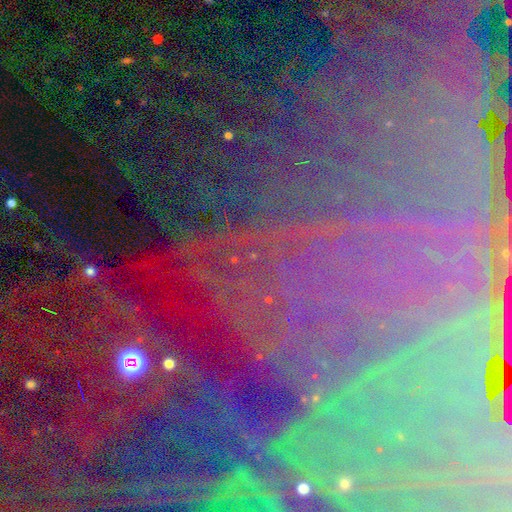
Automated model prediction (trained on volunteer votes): Q: Smooth or featured?
A: star or artifact (79%); runner-up: featured or disk (12%)